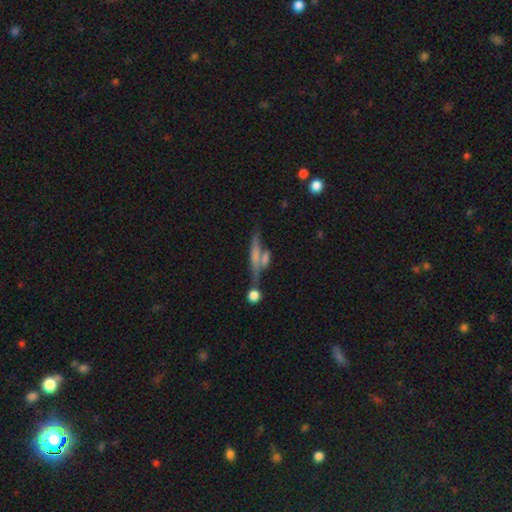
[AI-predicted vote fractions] Smooth or featured? Predicted: featured or disk (p=0.58). Edge-on disk? Predicted: yes (p=0.88). Edge-on bulge? Predicted: none (p=0.44). Merging? Predicted: none (p=0.57).